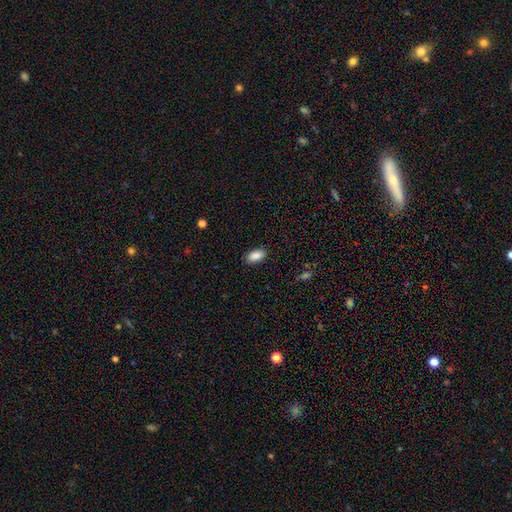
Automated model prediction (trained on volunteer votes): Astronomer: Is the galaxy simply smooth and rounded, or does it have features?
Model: smooth — 89%.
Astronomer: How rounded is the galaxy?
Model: in between — 93%.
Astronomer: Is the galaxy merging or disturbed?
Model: none — 89%.